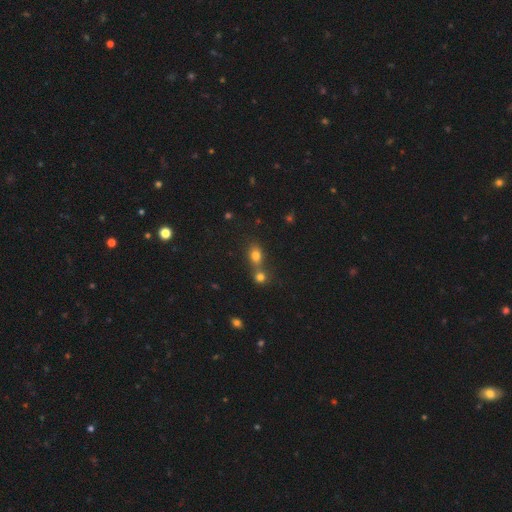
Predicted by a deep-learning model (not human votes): A smooth galaxy with no disk features (76%) that is in between round and cigar-shaped (54%). Merging: merger (52%).